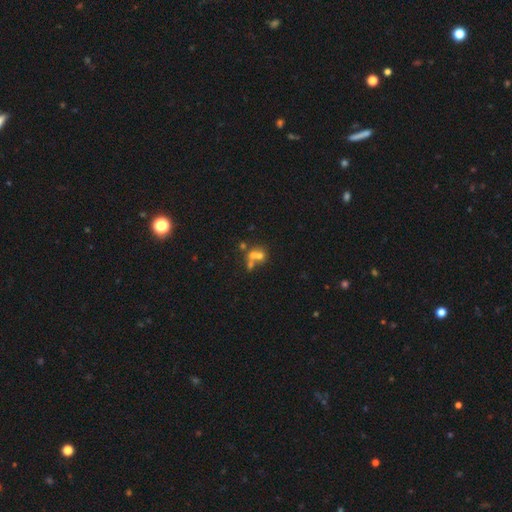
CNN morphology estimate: smooth 53%, featured or disk 29%, star or artifact 19%. Down the decision tree: how rounded — round (75%); merging — merger (57%).